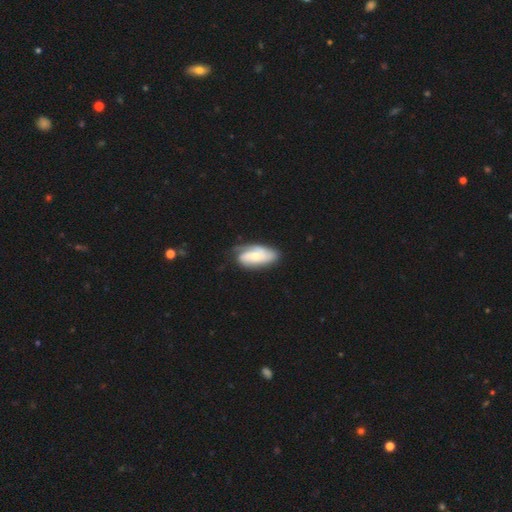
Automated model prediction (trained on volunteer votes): Overall: featured or disk (60%; smooth 35%). Edge-on disk: no (93%). Bar: no (68%). Spiral arms: yes (87%). Bulge size: moderate (47%; small 46%). Merging: none (59%; minor disturbance 28%).